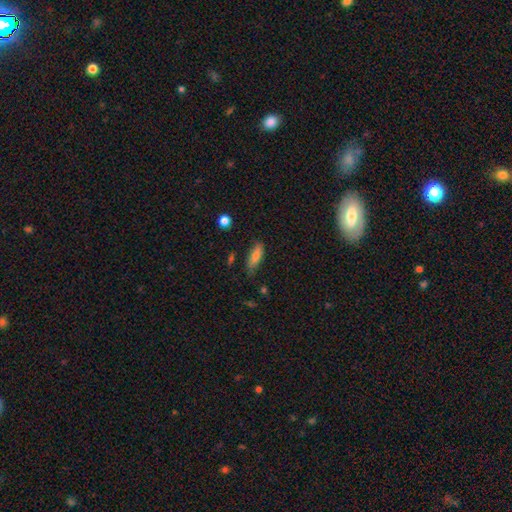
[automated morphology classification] The model was most divided on "how rounded": in between: 55%, cigar-shaped: 43%, round: 3%. More confident: smooth or featured — smooth (75%); merging — none (71%).